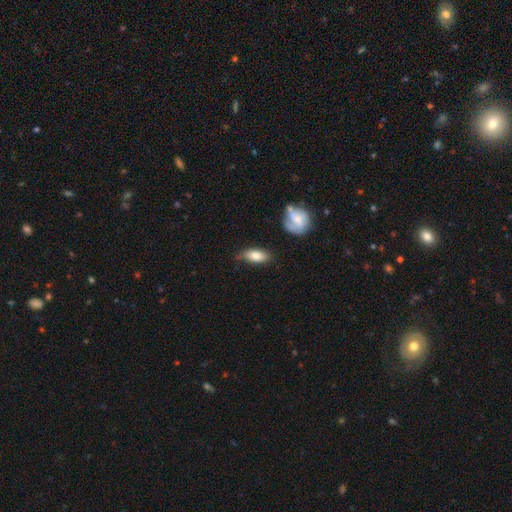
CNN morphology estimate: type=smooth (77%); roundness=in between (85%); merging=none (65%).